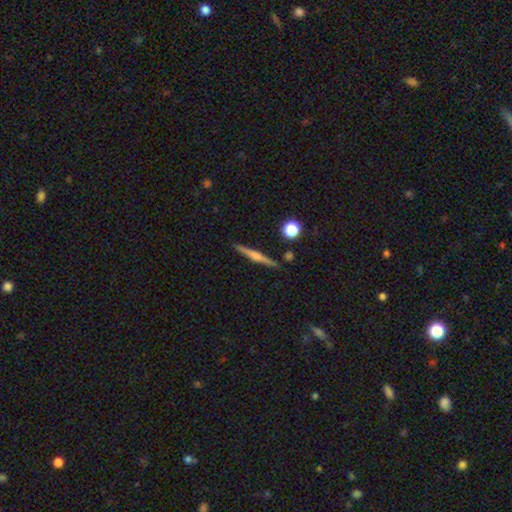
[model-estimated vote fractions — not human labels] Smooth or featured: featured or disk — 60% (smooth — 33%)
Edge-on disk: yes — 97% (no — 3%)
Edge-on bulge: rounded — 67% (none — 17%)
Merging: none — 89% (minor disturbance — 8%)